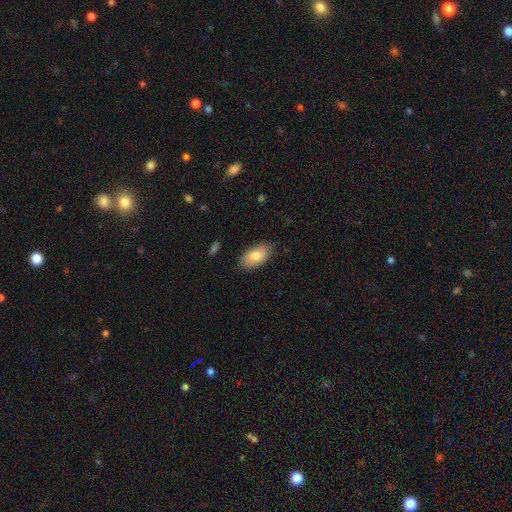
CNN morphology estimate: This is clearly a smooth galaxy (81%). How rounded: clearly in between (93%). Merging: clearly none (83%).